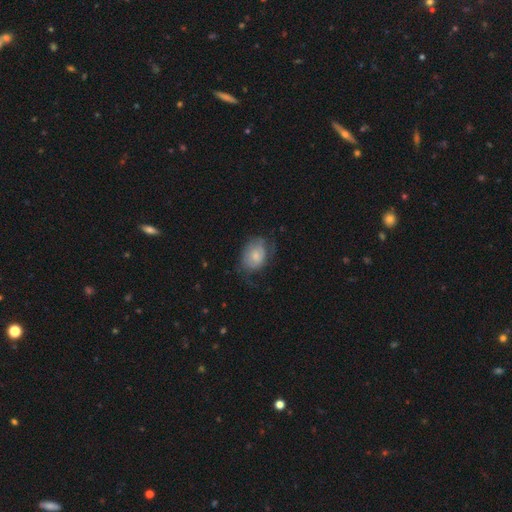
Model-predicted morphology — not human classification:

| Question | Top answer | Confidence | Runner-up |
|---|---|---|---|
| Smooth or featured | smooth | 53% | featured or disk (40%) |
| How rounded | in between | 64% | round (35%) |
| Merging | none | 47% | minor disturbance (29%) |